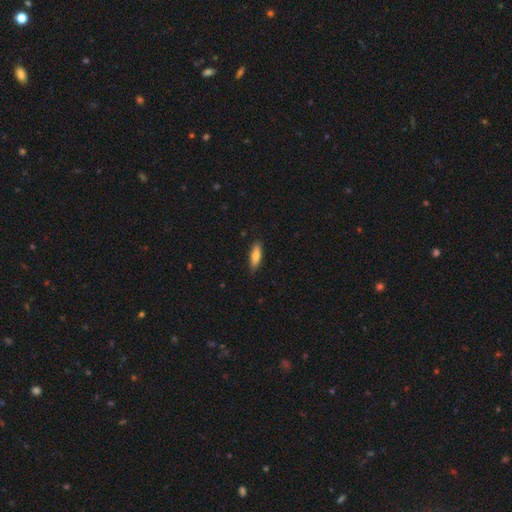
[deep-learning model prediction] This appears to be a smooth galaxy with no disk features (74%) that is cigar-shaped (54%). Merging: none (84%).